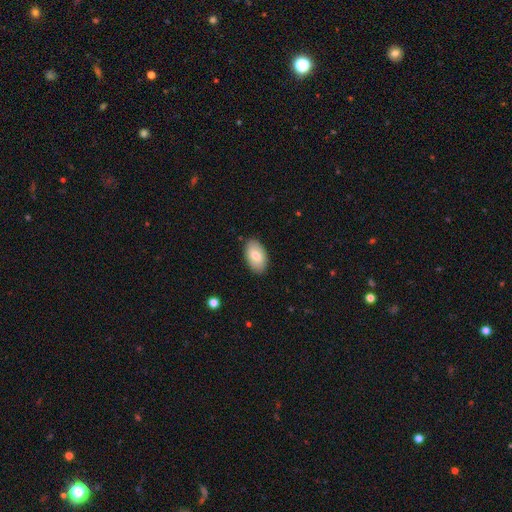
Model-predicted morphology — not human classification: This appears to be a smooth galaxy with no disk features (77%) that is in between round and cigar-shaped (94%). Merging: none (87%).